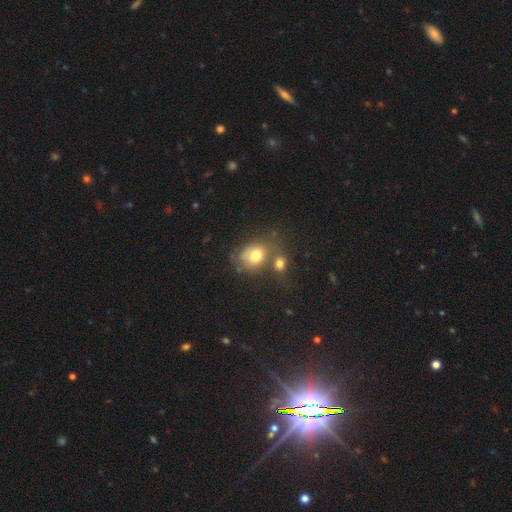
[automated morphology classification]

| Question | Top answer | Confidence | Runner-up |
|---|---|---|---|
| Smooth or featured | smooth | 72% | featured or disk (18%) |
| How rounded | round | 51% | in between (48%) |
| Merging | none | 41% | merger (34%) |